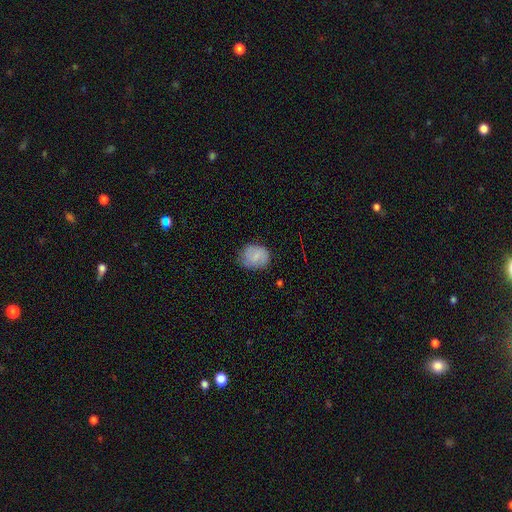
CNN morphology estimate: This is likely a smooth galaxy (77%). How rounded: possibly round (59%). Merging: likely none (65%).